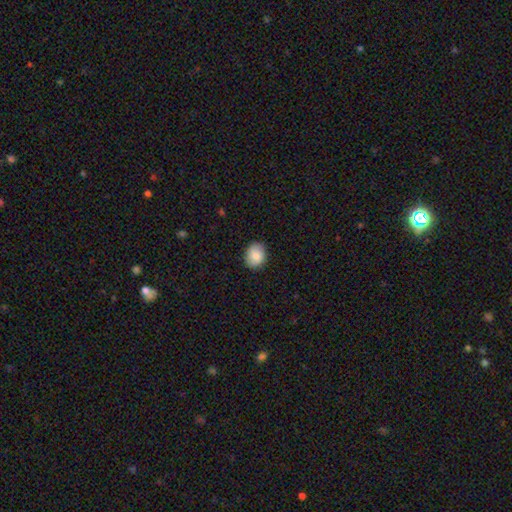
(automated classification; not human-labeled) smooth 86%, featured or disk 7%, star or artifact 7%. Down the decision tree: how rounded — in between (51%); merging — none (87%).